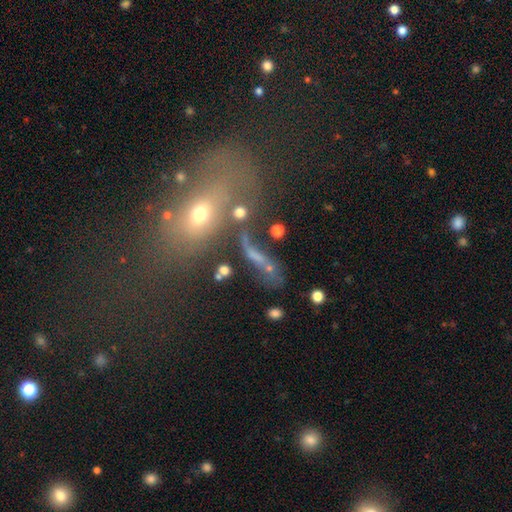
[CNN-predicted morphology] smooth_or_featured: smooth (p=0.45) [alt: featured or disk p=0.35]
merging: none (p=0.42) [alt: merger p=0.22]